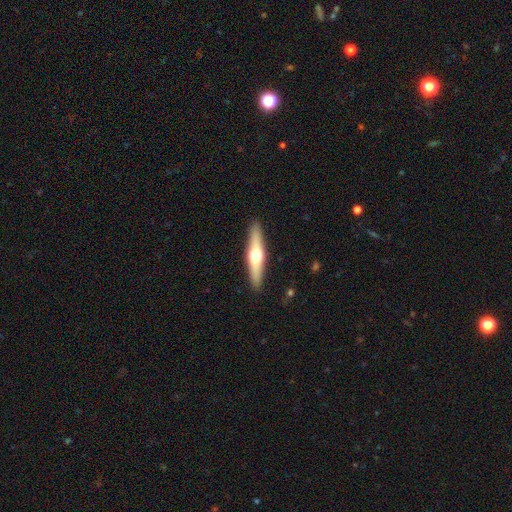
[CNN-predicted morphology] type=featured or disk (55%); edge-on=yes (94%); edge-on bulge=rounded (93%); merging=none (90%).